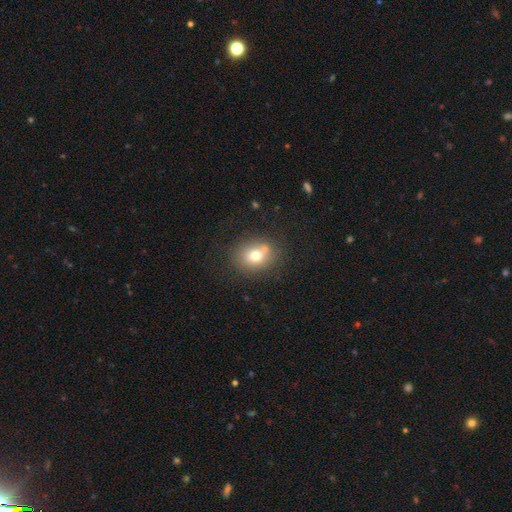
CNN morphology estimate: Overall: smooth (72%). How rounded: round (56%; in between 43%). Merging: none (68%).